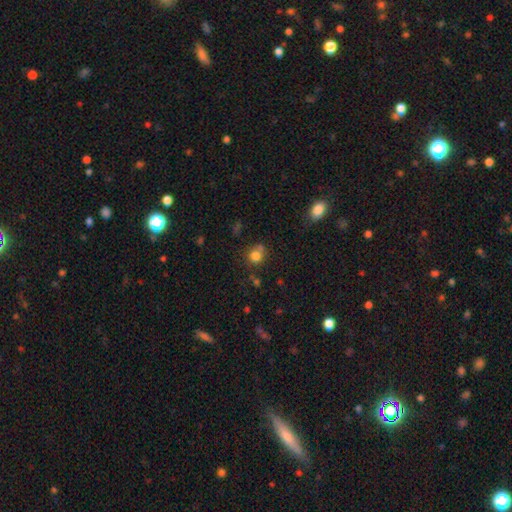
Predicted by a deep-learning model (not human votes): A smooth galaxy with no disk features (79%) that is round (80%).

Vote fractions:
- Smooth or featured? smooth: 79% / star or artifact: 12% / featured or disk: 9%
- How rounded? round: 80% / in between: 19% / cigar-shaped: 1%
- Merging? none: 58% / minor disturbance: 18% / merger: 16% / major disturbance: 7%